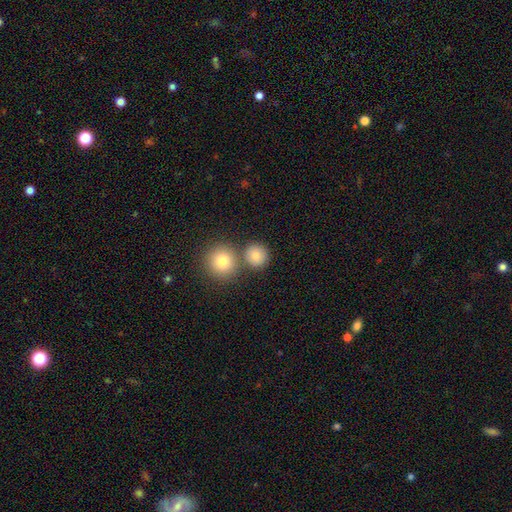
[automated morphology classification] Q: Smooth or featured?
A: smooth (84%); runner-up: star or artifact (10%)
Q: How rounded?
A: round (91%); runner-up: in between (8%)
Q: Merging?
A: none (71%); runner-up: merger (19%)